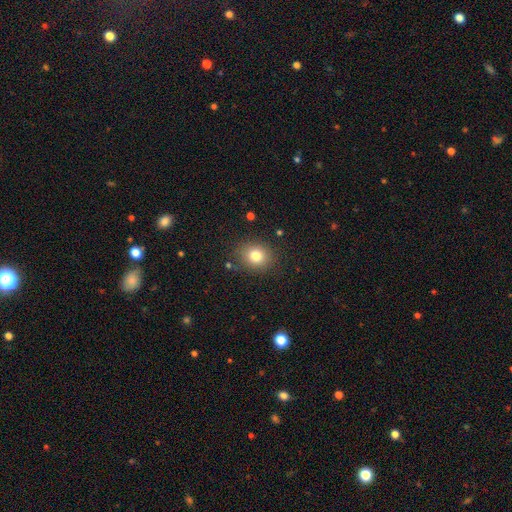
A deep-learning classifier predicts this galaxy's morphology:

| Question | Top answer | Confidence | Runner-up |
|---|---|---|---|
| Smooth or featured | smooth | 79% | star or artifact (12%) |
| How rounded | round | 71% | in between (29%) |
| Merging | none | 85% | minor disturbance (10%) |